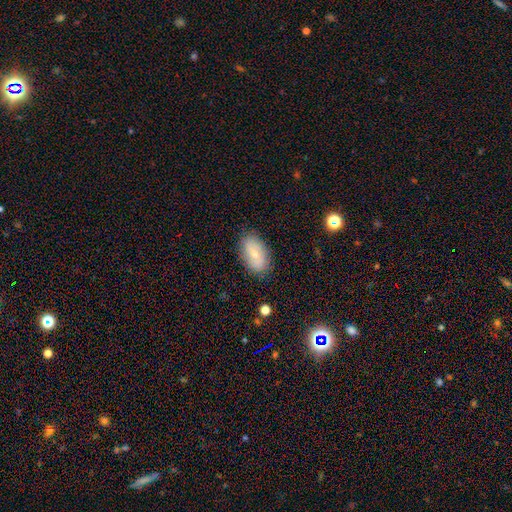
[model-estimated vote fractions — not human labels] smooth-or-featured: smooth: 61% | featured or disk: 30% | star or artifact: 8%
  how-rounded: in between: 92% | round: 6% | cigar-shaped: 2%
  merging: none: 83% | minor disturbance: 13% | major disturbance: 3% | merger: 1%